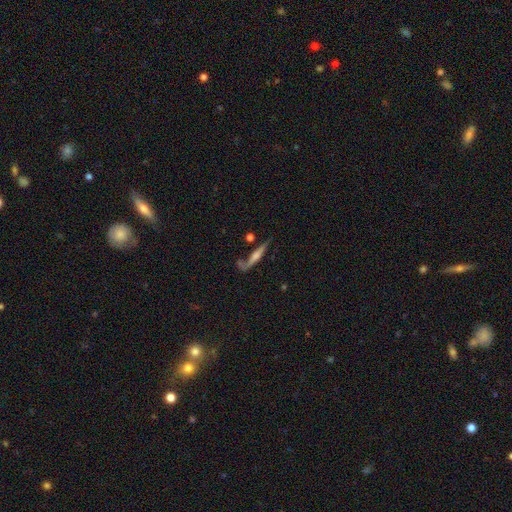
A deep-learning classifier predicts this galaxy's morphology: Smooth or featured? Predicted: featured or disk (p=0.55). Edge-on disk? Predicted: yes (p=0.90). Merging? Predicted: none (p=0.56).